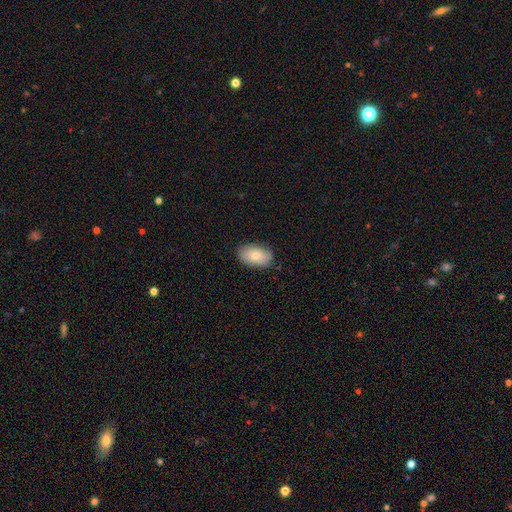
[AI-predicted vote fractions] Smooth or featured? Predicted: smooth (p=0.79). How rounded? Predicted: in between (p=0.92). Merging? Predicted: none (p=0.82).